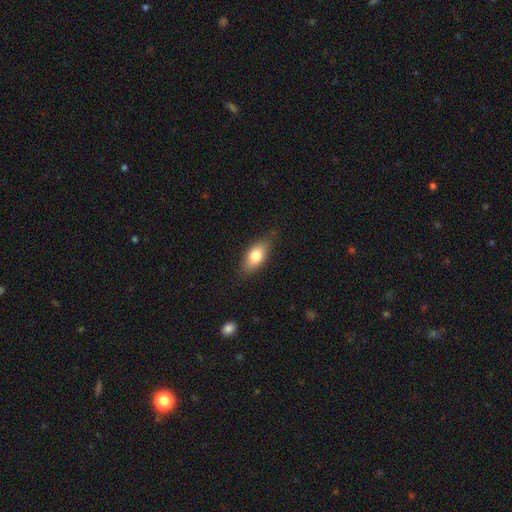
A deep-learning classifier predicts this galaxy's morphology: Smooth or featured? Predicted: smooth (p=0.76). How rounded? Predicted: in between (p=0.85). Merging? Predicted: none (p=0.79).